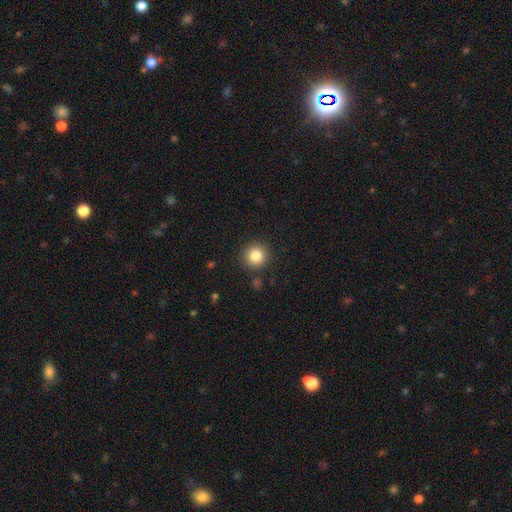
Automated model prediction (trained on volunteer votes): Morphology: type=smooth (83%); roundness=round (95%); merging=none (89%).